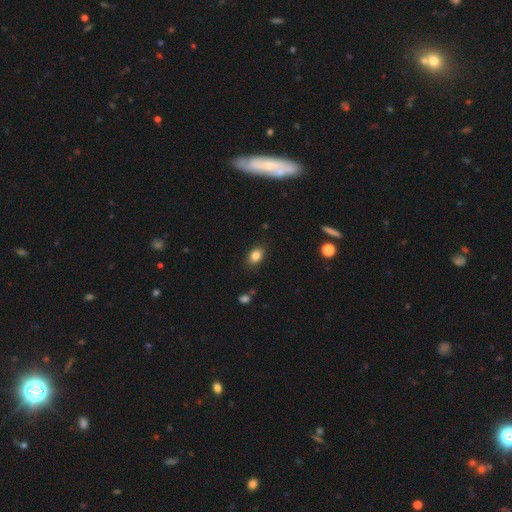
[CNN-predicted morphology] Smooth or featured? smooth (84%)
How rounded? in between (77%)
Merging? none (85%)